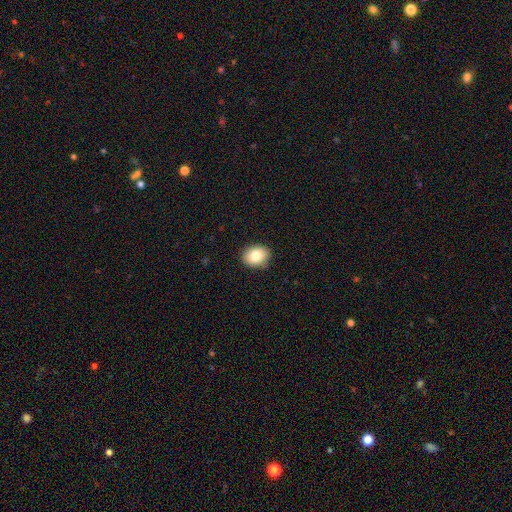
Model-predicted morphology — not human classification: Overall: smooth (81%). How rounded: in between (56%; round 43%). Merging: none (88%).